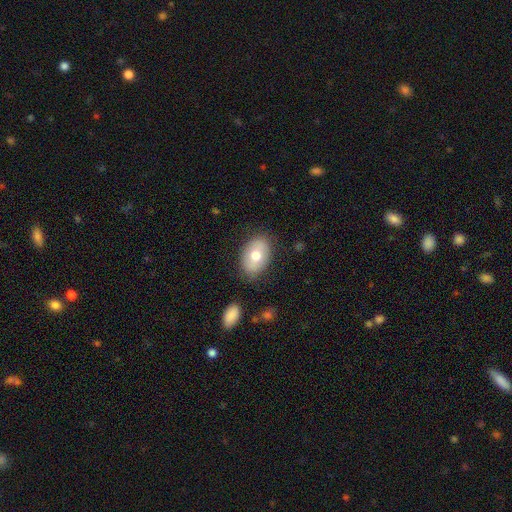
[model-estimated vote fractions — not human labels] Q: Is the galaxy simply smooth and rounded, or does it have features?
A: smooth — 69%.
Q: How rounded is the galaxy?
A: in between — 83%.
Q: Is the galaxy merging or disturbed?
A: none — 80%.